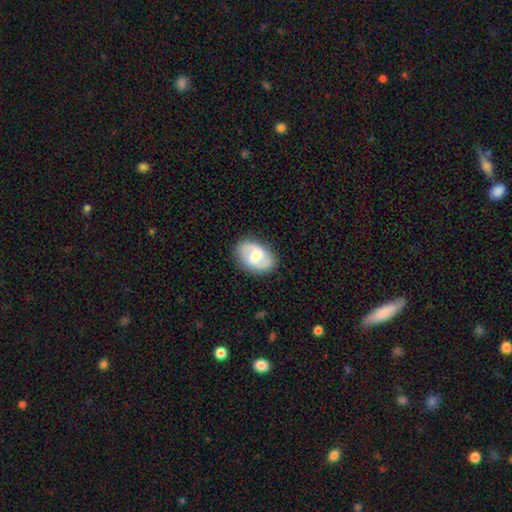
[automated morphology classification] smooth_or_featured: featured or disk (p=0.71) [alt: smooth p=0.24]
disk_edge_on: no (p=0.97) [alt: yes p=0.03]
bar: weak (p=0.54) [alt: no p=0.25]
has_spiral_arms: yes (p=0.87) [alt: no p=0.13]
spiral_winding: medium (p=0.48) [alt: loose p=0.32]
spiral_arm_count: 2 (p=0.90) [alt: can't tell p=0.05]
bulge_size: moderate (p=0.60) [alt: small p=0.30]
merging: none (p=0.86) [alt: minor disturbance p=0.10]